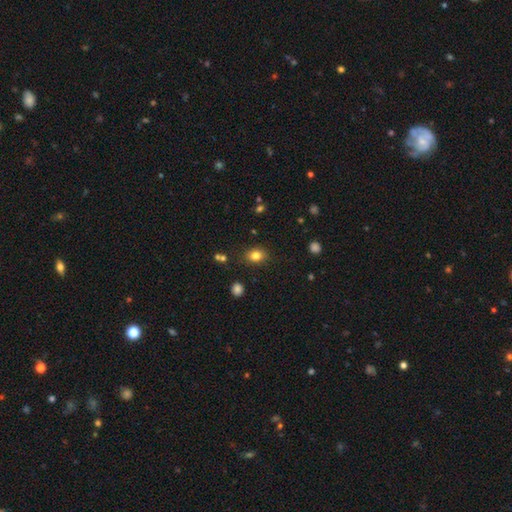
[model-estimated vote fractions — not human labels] smooth_or_featured: smooth (p=0.80) [alt: star or artifact p=0.12]
how_rounded: in between (p=0.53) [alt: round p=0.46]
merging: none (p=0.83) [alt: minor disturbance p=0.11]